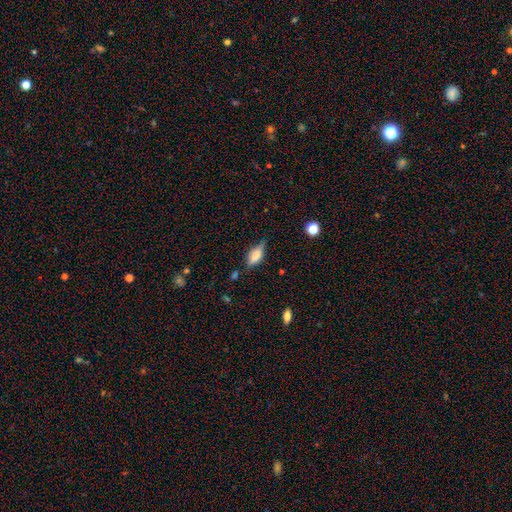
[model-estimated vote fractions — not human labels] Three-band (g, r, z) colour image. It shows a smooth galaxy with no disk features (57%) that is in between round and cigar-shaped (71%). Merging: none (67%).